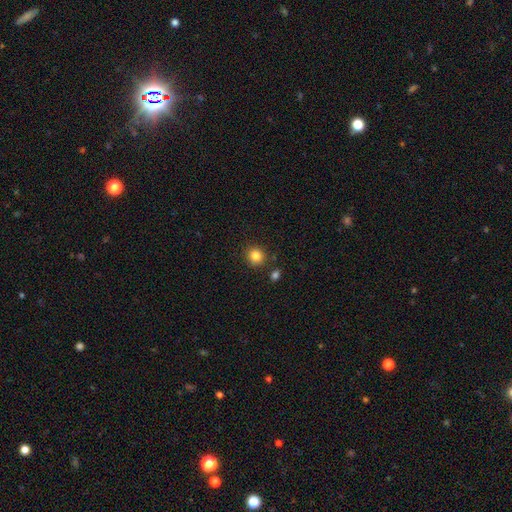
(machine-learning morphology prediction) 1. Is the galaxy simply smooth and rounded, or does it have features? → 83% smooth, 11% star or artifact, 5% featured or disk.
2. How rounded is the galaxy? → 89% round, 10% in between, 1% cigar-shaped.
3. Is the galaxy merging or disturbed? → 85% none, 8% minor disturbance, 4% merger, 2% major disturbance.